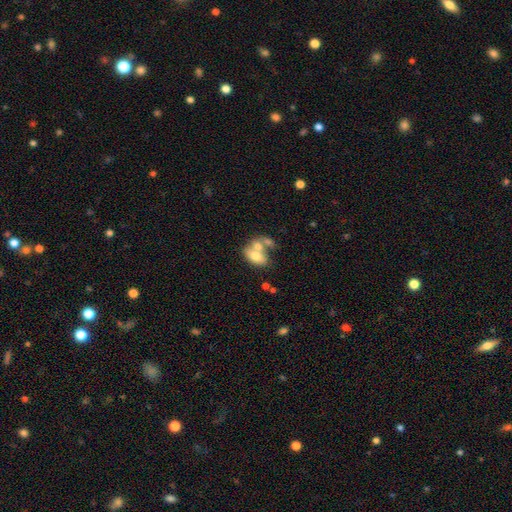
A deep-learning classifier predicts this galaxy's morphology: Smooth or featured? Predicted: smooth (p=0.66). How rounded? Predicted: in between (p=0.85). Merging? Predicted: merger (p=0.58).